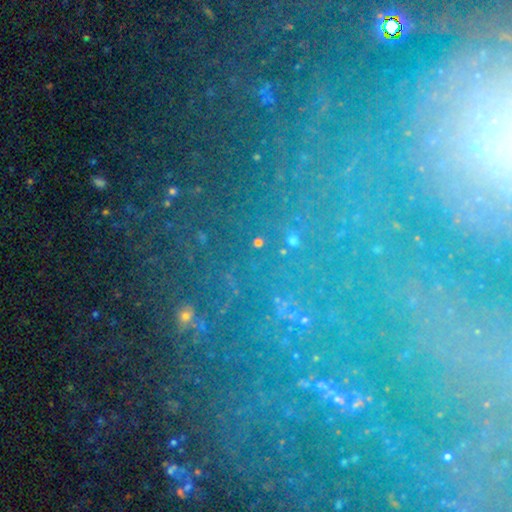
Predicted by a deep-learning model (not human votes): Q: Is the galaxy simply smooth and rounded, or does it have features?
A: star or artifact — 77%.